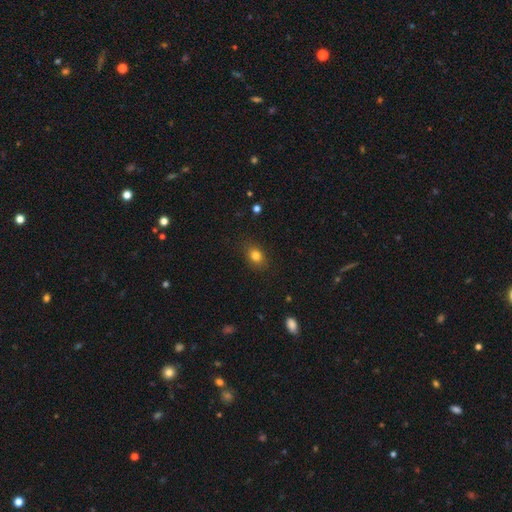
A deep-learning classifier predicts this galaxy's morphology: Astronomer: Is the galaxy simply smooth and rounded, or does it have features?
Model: smooth — 81%.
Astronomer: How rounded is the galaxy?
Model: in between — 61% (runner-up: round, 37%).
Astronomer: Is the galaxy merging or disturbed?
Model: none — 84%.